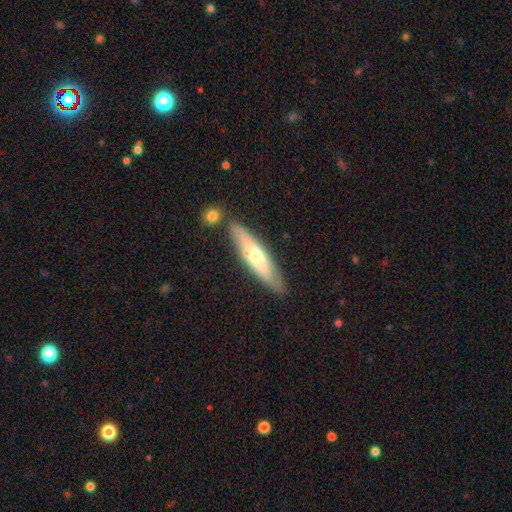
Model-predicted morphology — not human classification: This appears to be a featured or disk galaxy (48%). Merging: none (80%).